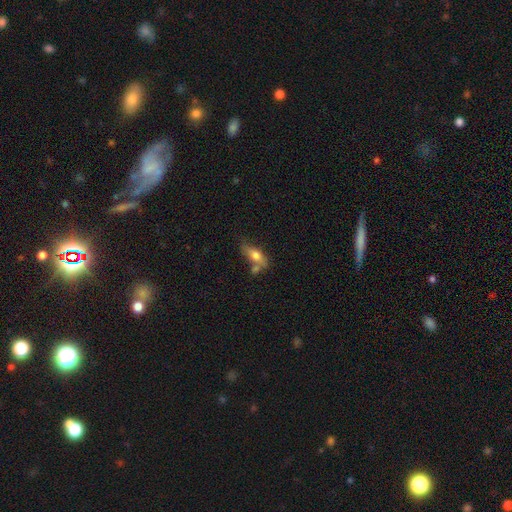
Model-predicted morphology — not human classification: A smooth galaxy with no disk features (64%) that is in between round and cigar-shaped (71%). Merging: none (40%).